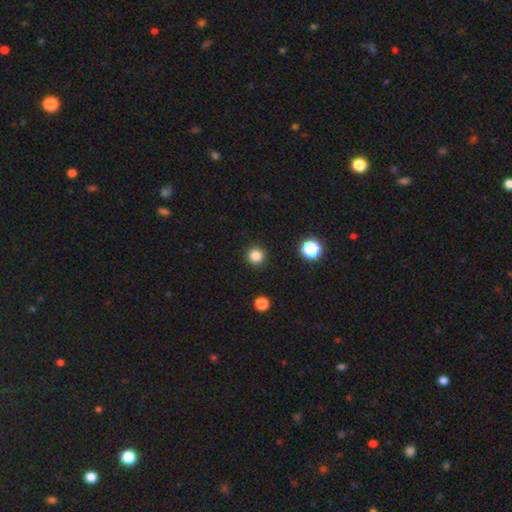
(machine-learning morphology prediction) smooth-or-featured: smooth: 84% | star or artifact: 13% | featured or disk: 4%
  how-rounded: round: 95% | in between: 4% | cigar-shaped: 1%
  merging: none: 92% | minor disturbance: 5% | major disturbance: 2% | merger: 1%